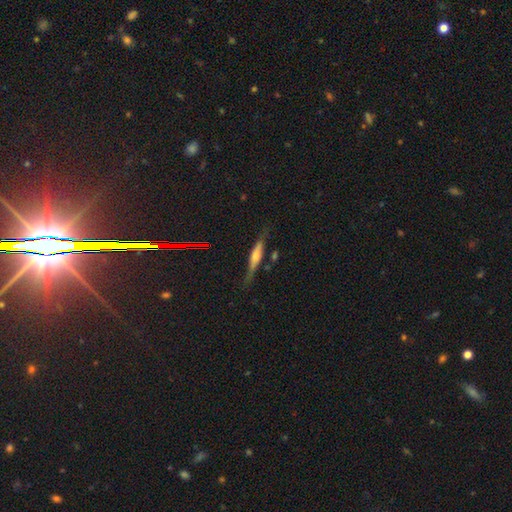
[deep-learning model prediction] Smooth or featured: featured or disk — 56% (smooth — 36%)
Edge-on disk: yes — 92% (no — 8%)
Edge-on bulge: rounded — 66% (boxy — 21%)
Merging: none — 72% (minor disturbance — 19%)